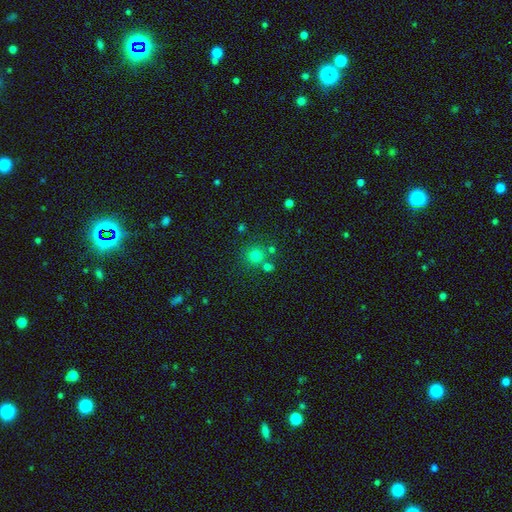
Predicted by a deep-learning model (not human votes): Q: Smooth or featured?
A: smooth (75%); runner-up: star or artifact (18%)
Q: How rounded?
A: round (91%); runner-up: in between (8%)
Q: Merging?
A: none (72%); runner-up: merger (17%)